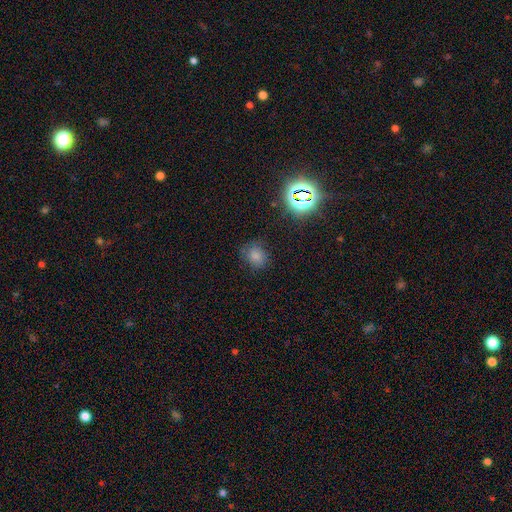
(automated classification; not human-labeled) This is likely a smooth galaxy (71%). How rounded: likely round (60%). Merging: likely none (72%).